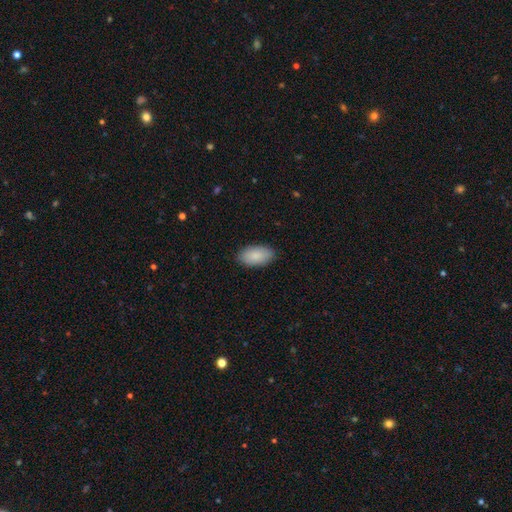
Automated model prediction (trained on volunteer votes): Morphology: type=smooth (88%); roundness=in between (95%); merging=none (88%).